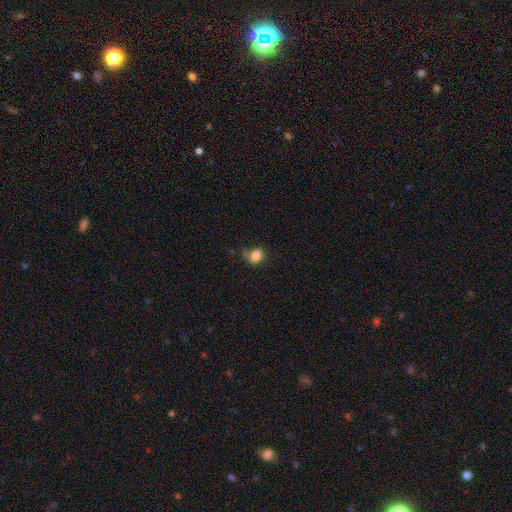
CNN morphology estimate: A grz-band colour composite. It shows a smooth galaxy with no disk features (82%) that is round (51%). Merging: none (54%).